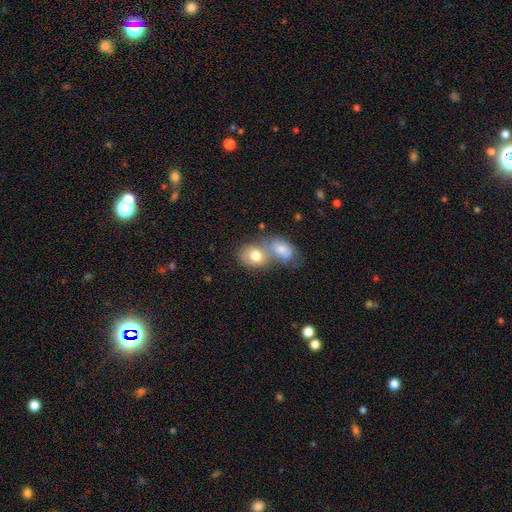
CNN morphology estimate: Smooth or featured? Predicted: smooth (p=0.75). How rounded? Predicted: in between (p=0.56). Merging? Predicted: merger (p=0.64).